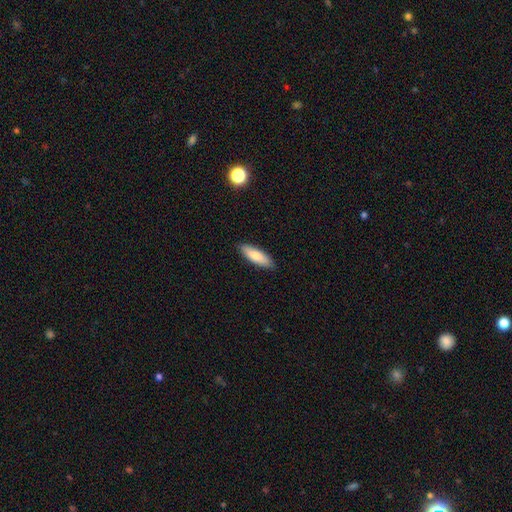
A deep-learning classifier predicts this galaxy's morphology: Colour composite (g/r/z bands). It shows a smooth galaxy with no disk features (80%) that is cigar-shaped (50%). Merging: none (88%).